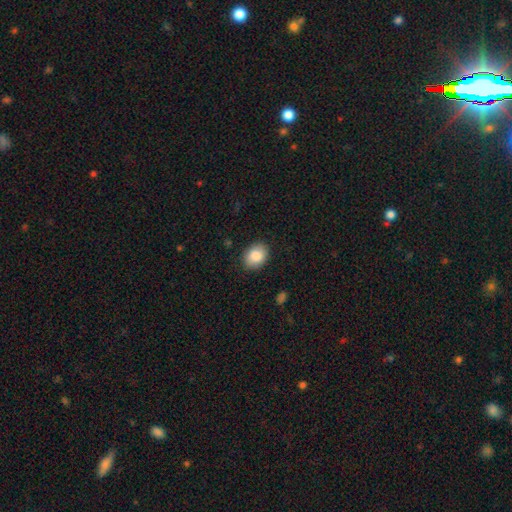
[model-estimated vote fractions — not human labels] smooth_or_featured: smooth (p=0.86) [alt: star or artifact p=0.07]
how_rounded: in between (p=0.61) [alt: round p=0.38]
merging: none (p=0.87) [alt: minor disturbance p=0.09]